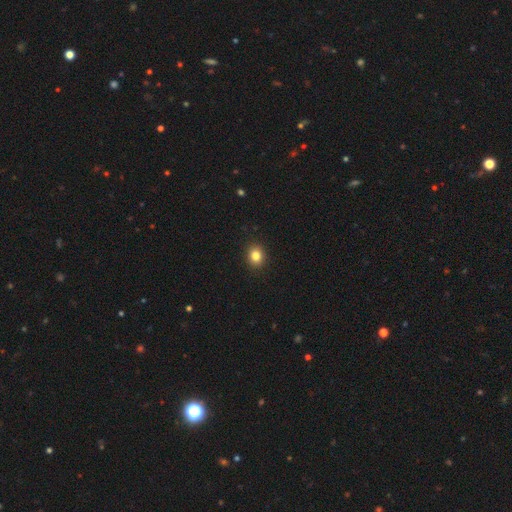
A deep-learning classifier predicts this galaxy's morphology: Smooth or featured: smooth — 83% (star or artifact — 11%)
How rounded: round — 65% (in between — 34%)
Merging: none — 91% (minor disturbance — 6%)